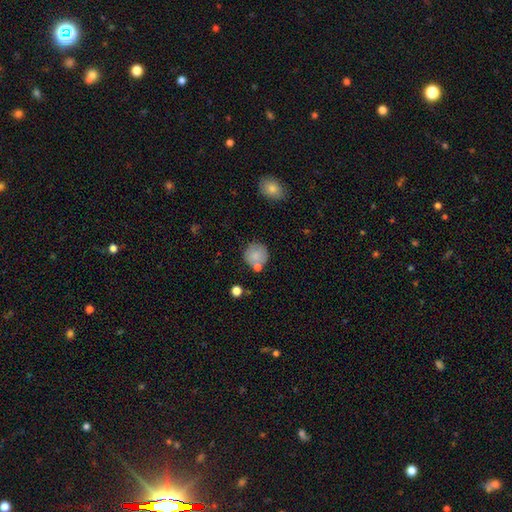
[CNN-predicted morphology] The model was most divided on "merging": none: 69%, minor disturbance: 14%, merger: 13%, major disturbance: 4%. More confident: how rounded — round (91%); smooth or featured — smooth (81%).